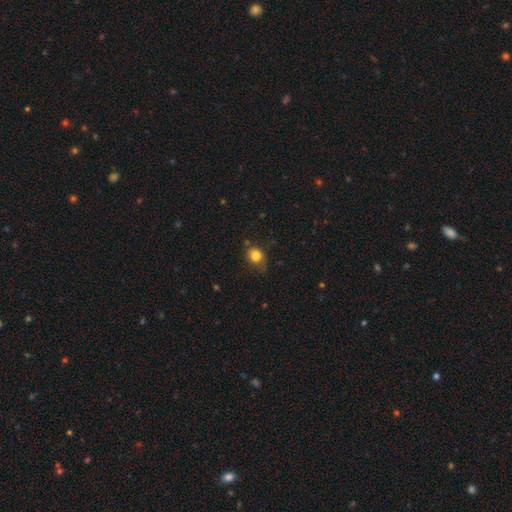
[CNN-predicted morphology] smooth 81%, star or artifact 11%, featured or disk 7%. Down the decision tree: how rounded — round (68%); merging — none (59%).